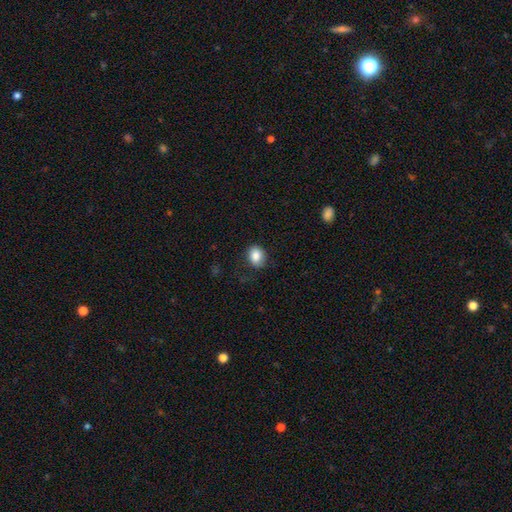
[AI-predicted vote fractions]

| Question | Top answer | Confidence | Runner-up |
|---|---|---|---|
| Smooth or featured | smooth | 86% | star or artifact (9%) |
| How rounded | in between | 53% | round (46%) |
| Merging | none | 76% | minor disturbance (17%) |